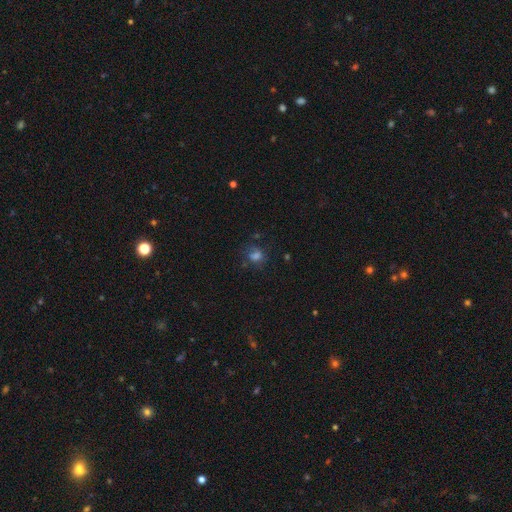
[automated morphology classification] type=smooth (57%); roundness=round (63%); merging=none (57%).